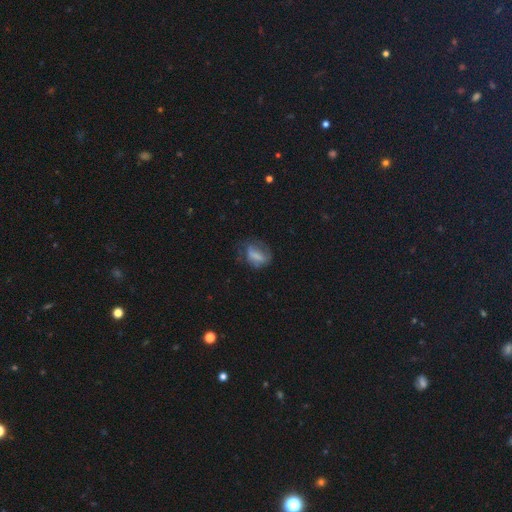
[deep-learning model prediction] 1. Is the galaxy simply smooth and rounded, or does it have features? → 58% smooth, 31% featured or disk, 11% star or artifact.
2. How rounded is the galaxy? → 70% in between, 21% round, 9% cigar-shaped.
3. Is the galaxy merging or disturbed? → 40% none, 29% major disturbance, 29% minor disturbance, 2% merger.